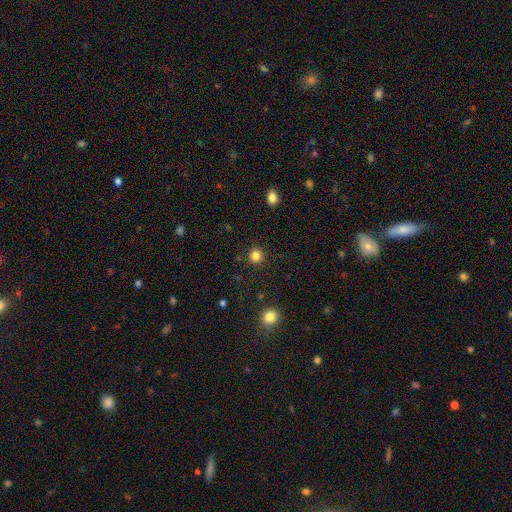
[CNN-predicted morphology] Smooth or featured?
  - smooth: 84% *
  - star or artifact: 13%
  - featured or disk: 4%
How rounded?
  - round: 91% *
  - in between: 8%
  - cigar-shaped: 1%
Merging?
  - none: 90% *
  - minor disturbance: 6%
  - major disturbance: 2%
  - merger: 1%